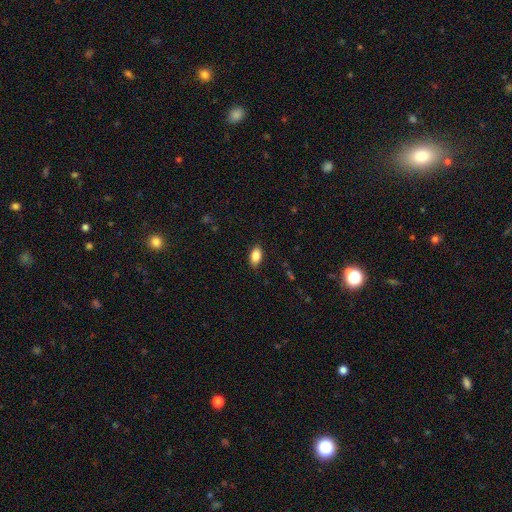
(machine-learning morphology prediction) Smooth or featured? Predicted: smooth (p=0.86). How rounded? Predicted: in between (p=0.92). Merging? Predicted: none (p=0.87).